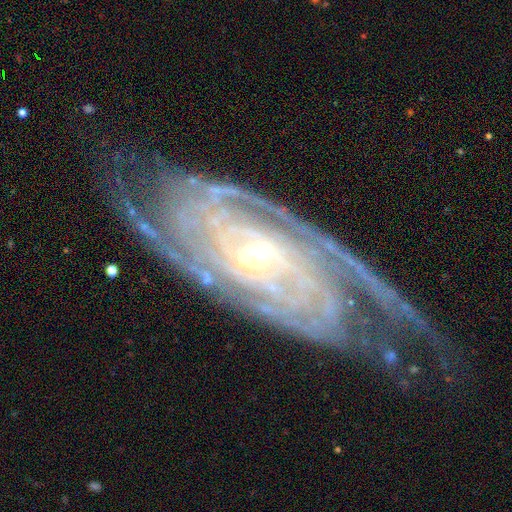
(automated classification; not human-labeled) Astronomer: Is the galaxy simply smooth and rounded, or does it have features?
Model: featured or disk — 91%.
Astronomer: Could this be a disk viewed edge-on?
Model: no — 93%.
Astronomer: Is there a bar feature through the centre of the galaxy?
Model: no — 47% (runner-up: weak, 33%).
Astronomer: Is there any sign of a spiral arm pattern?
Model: yes — 98%.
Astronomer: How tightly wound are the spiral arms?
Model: tight — 76%.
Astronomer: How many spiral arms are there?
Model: can't tell — 23% (runner-up: 2, 19%).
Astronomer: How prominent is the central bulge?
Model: small — 55% (runner-up: moderate, 40%).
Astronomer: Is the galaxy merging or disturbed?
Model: none — 70%.